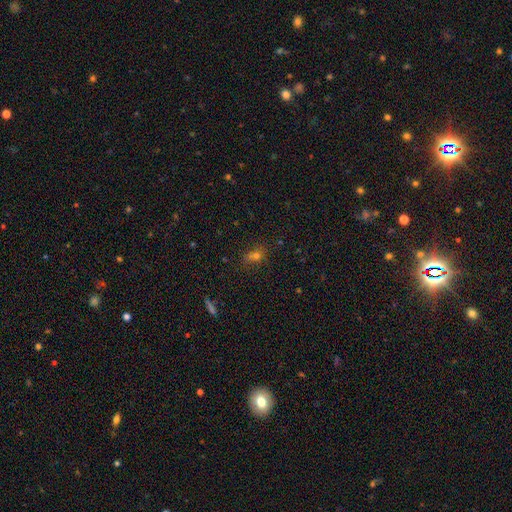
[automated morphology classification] Smooth or featured? smooth (59%)
How rounded? in between (55%)
Merging? none (68%)